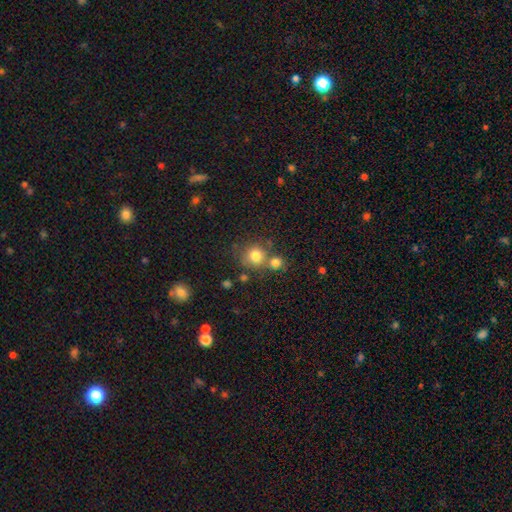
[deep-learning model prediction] This is likely a smooth galaxy (79%). How rounded: clearly round (88%). Merging: possibly none (58%).